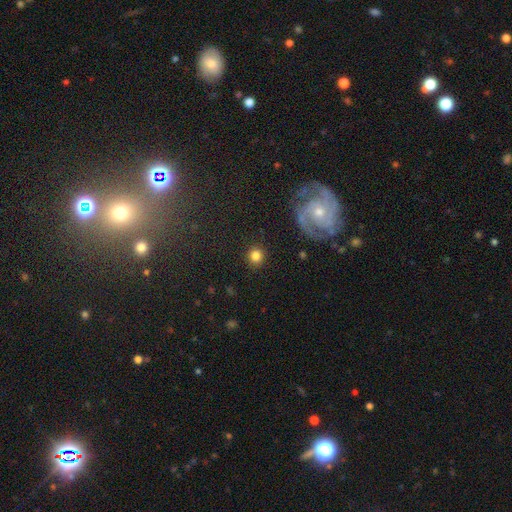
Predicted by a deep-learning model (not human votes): Smooth or featured: smooth — 82% (star or artifact — 11%)
How rounded: round — 92% (in between — 7%)
Merging: none — 90% (minor disturbance — 6%)